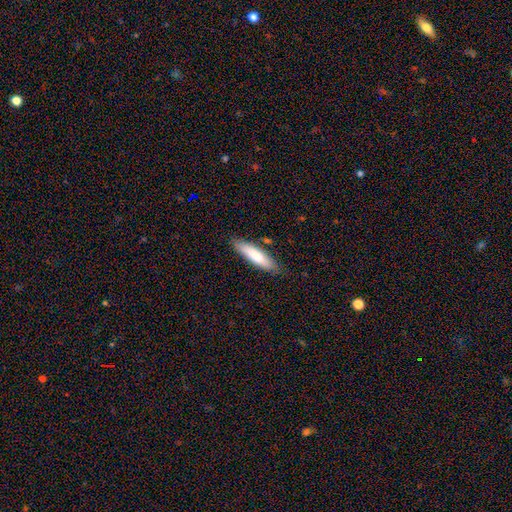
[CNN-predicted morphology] Smooth or featured? smooth (78%)
How rounded? cigar-shaped (72%)
Merging? none (81%)